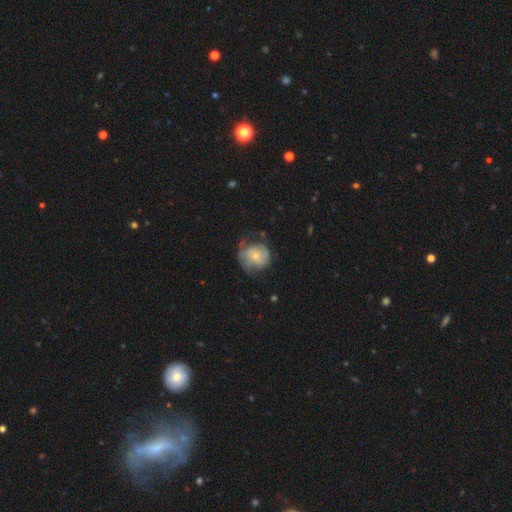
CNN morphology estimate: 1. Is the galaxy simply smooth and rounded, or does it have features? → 50% smooth, 43% featured or disk, 7% star or artifact.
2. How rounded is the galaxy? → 78% round, 21% in between, 1% cigar-shaped.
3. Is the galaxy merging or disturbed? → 47% none, 30% minor disturbance, 22% major disturbance, 2% merger.